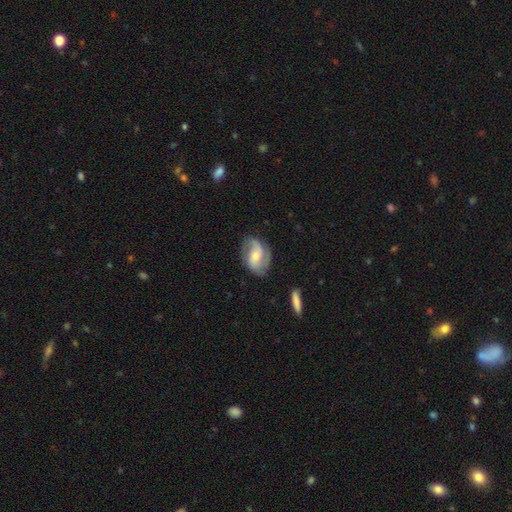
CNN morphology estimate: Smooth or featured? Predicted: featured or disk (p=0.71). Edge-on disk? Predicted: no (p=0.96). Bar? Predicted: no (p=0.41). Spiral arms? Predicted: yes (p=0.91). Spiral winding? Predicted: medium (p=0.43). Spiral arm count? Predicted: 2 (p=0.80). Bulge size? Predicted: moderate (p=0.47). Merging? Predicted: none (p=0.72).